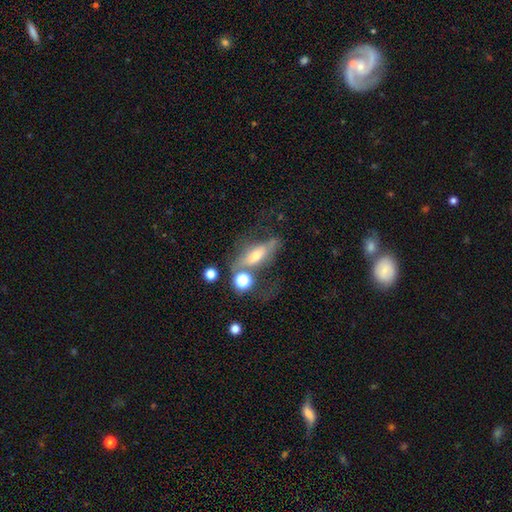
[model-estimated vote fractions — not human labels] A featured or disk galaxy (55%) viewed edge-on (59%).

Vote fractions:
- Smooth or featured? featured or disk: 55% / smooth: 35% / star or artifact: 10%
- Edge-on disk? yes: 59% / no: 41%
- Merging? none: 42% / major disturbance: 21% / minor disturbance: 20% / merger: 16%